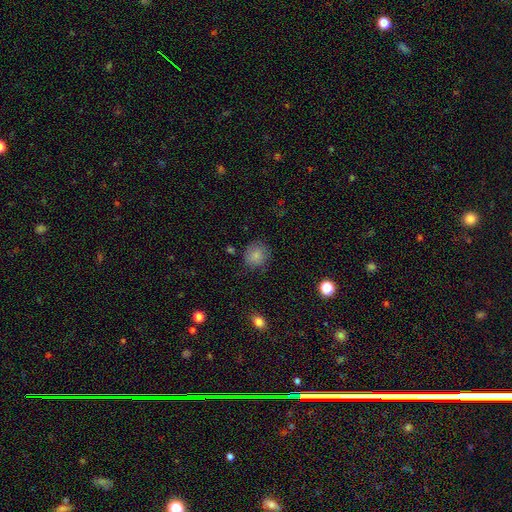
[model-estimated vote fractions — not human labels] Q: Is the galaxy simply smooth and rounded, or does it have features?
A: smooth — 82%.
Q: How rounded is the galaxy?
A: round — 80%.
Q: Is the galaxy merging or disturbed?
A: none — 75%.